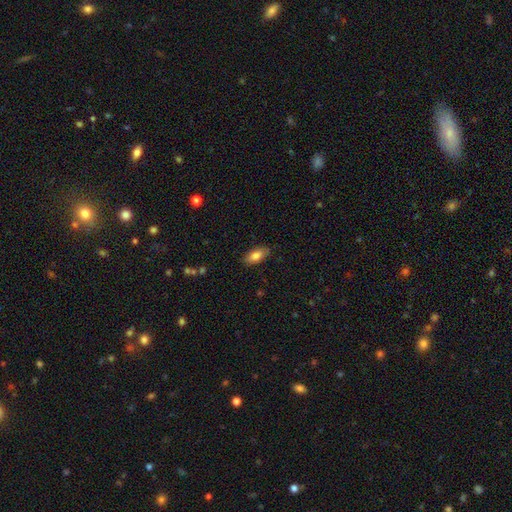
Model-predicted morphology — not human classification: This appears to be a smooth galaxy with no disk features (82%) that is in between round and cigar-shaped (89%). Merging: none (86%).